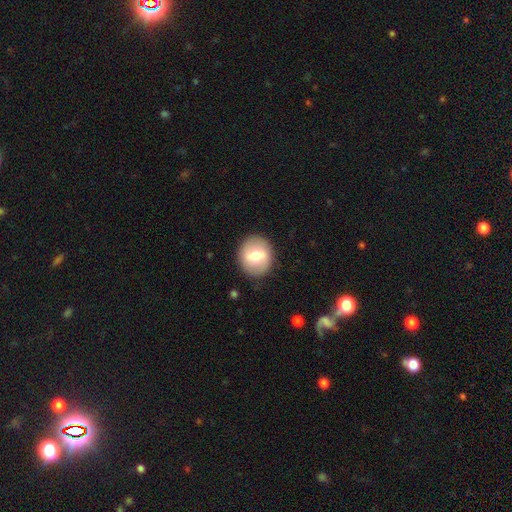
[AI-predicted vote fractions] Smooth or featured: smooth — 57% (featured or disk — 36%)
How rounded: round — 79% (in between — 20%)
Merging: none — 88% (minor disturbance — 8%)